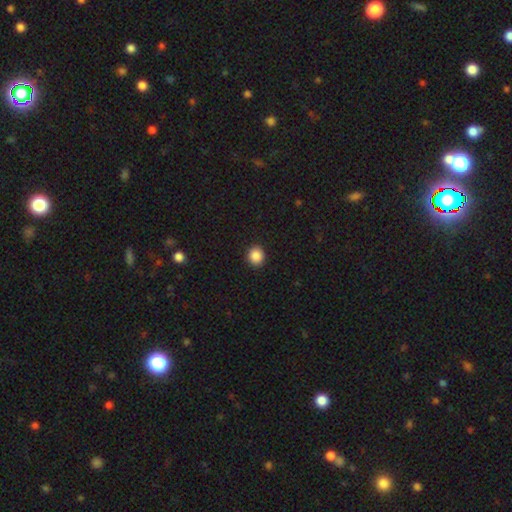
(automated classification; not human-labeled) Smooth or featured? Predicted: smooth (p=0.88). How rounded? Predicted: round (p=0.84). Merging? Predicted: none (p=0.92).